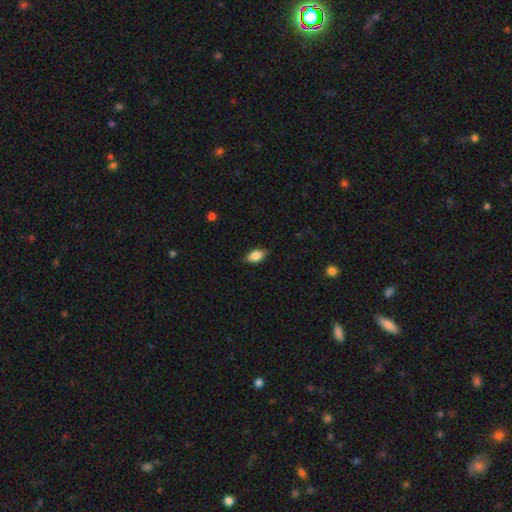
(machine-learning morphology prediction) This is clearly a smooth galaxy (82%). How rounded: clearly in between (89%). Merging: clearly none (84%).